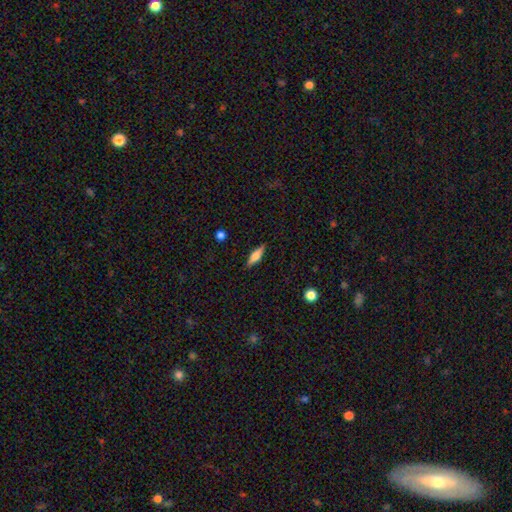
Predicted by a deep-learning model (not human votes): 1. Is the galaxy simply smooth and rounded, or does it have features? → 57% smooth, 36% featured or disk, 7% star or artifact.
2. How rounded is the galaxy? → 56% cigar-shaped, 41% in between, 3% round.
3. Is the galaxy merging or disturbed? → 88% none, 9% minor disturbance, 2% major disturbance, 1% merger.